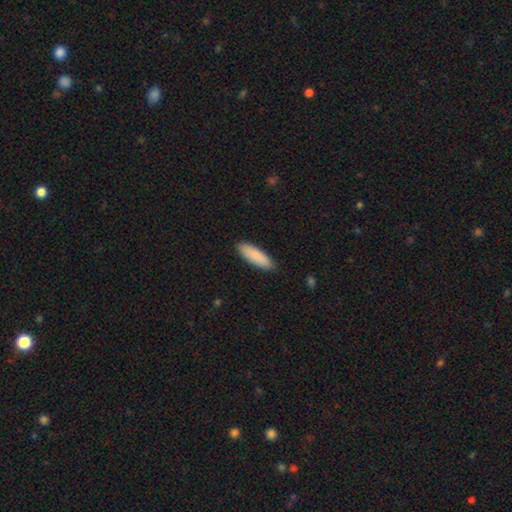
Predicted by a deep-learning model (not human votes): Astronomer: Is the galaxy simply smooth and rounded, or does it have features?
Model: smooth — 88%.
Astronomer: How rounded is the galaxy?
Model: in between — 51% (runner-up: cigar-shaped, 47%).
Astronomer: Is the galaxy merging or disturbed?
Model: none — 89%.